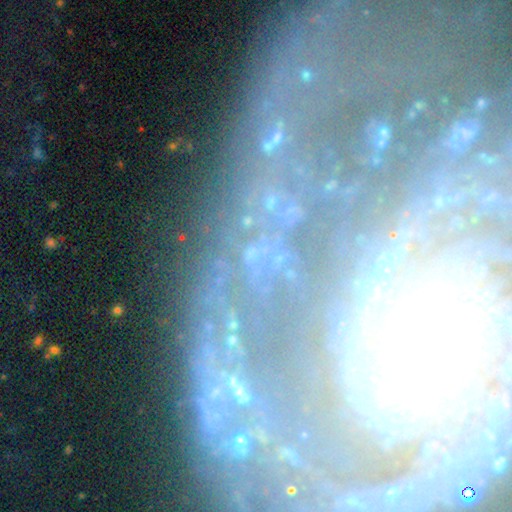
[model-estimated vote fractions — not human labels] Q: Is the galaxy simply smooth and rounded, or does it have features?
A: featured or disk — 50%.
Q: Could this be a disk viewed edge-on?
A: no — 85%.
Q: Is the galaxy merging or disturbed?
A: none — 60%.